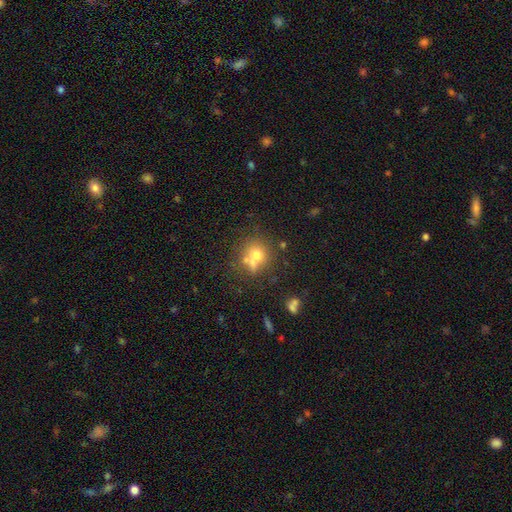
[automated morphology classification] Overall: smooth (64%). How rounded: round (80%). Merging: none (50%; merger 30%).